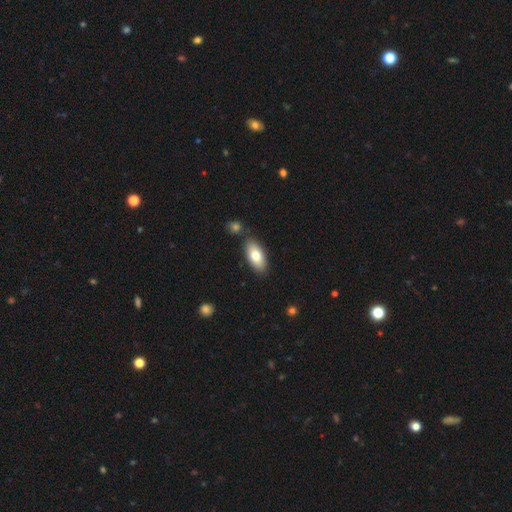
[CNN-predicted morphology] smooth-or-featured: smooth: 75% | featured or disk: 18% | star or artifact: 7%
  how-rounded: in between: 89% | cigar-shaped: 8% | round: 3%
  merging: none: 79% | minor disturbance: 11% | merger: 8% | major disturbance: 2%